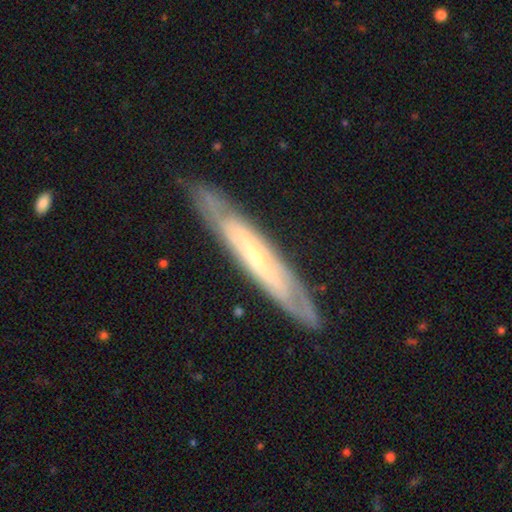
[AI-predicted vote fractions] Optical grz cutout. It shows a featured or disk galaxy (75%) viewed edge-on (55%). Merging: none (83%).